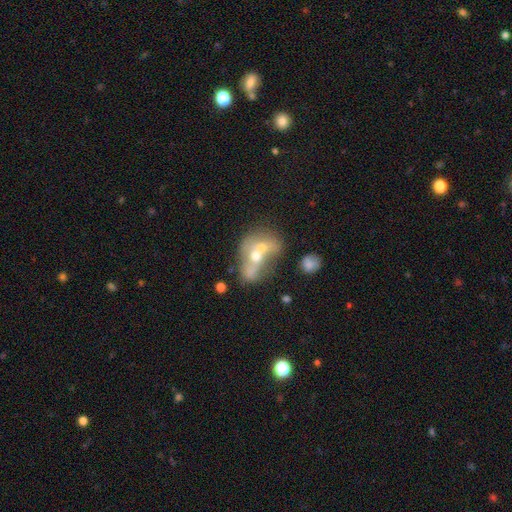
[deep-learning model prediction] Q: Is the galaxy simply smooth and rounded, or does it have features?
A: smooth — 49%.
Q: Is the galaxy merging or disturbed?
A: merger — 75%.